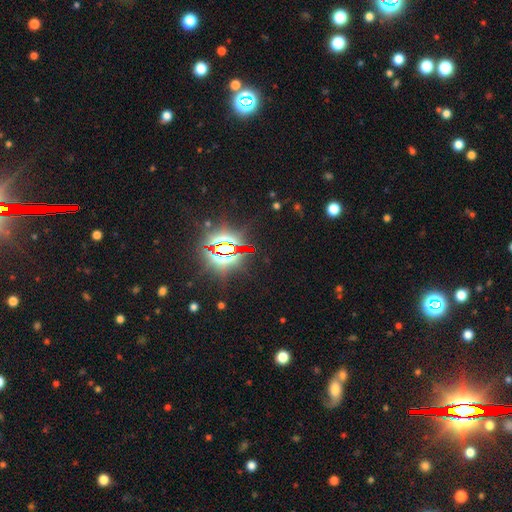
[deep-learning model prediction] Overall: star or artifact (83%).